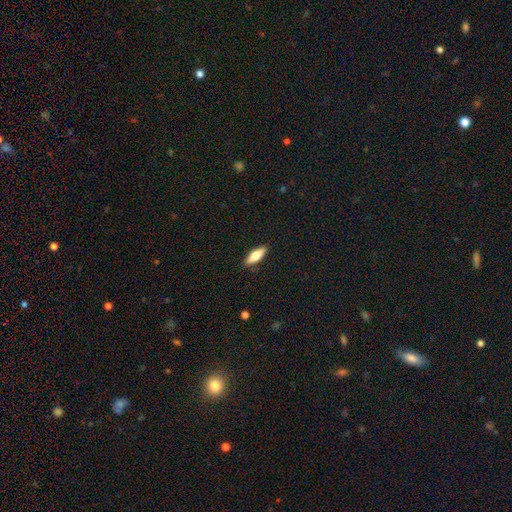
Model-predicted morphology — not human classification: Smooth or featured? Predicted: smooth (p=0.64). How rounded? Predicted: in between (p=0.54). Merging? Predicted: none (p=0.89).